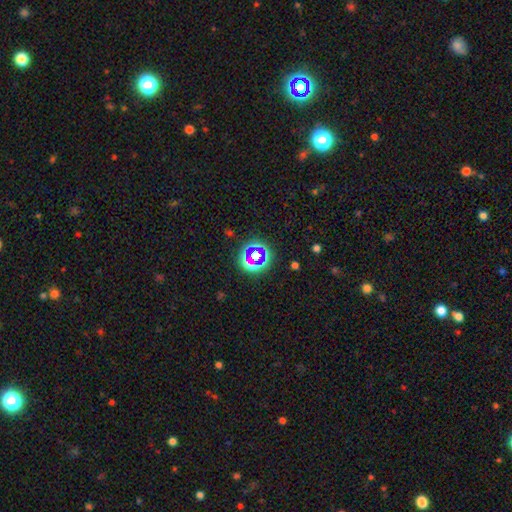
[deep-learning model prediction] This is likely a star or artifact rather than a galaxy (61%).